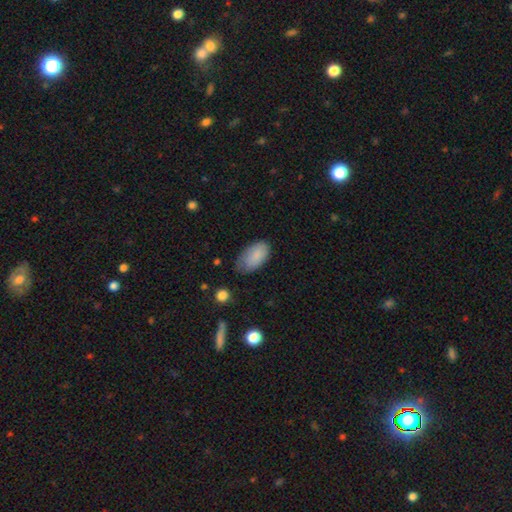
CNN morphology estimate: type=smooth (86%); roundness=in between (95%); merging=none (61%).